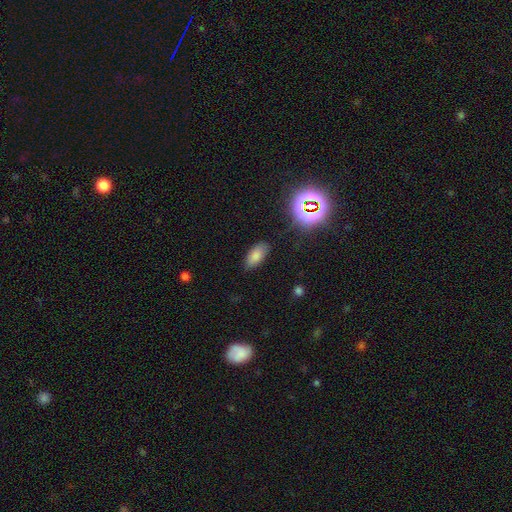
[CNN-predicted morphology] This appears to be a smooth galaxy with no disk features (79%) that is in between round and cigar-shaped (91%). Merging: none (81%).